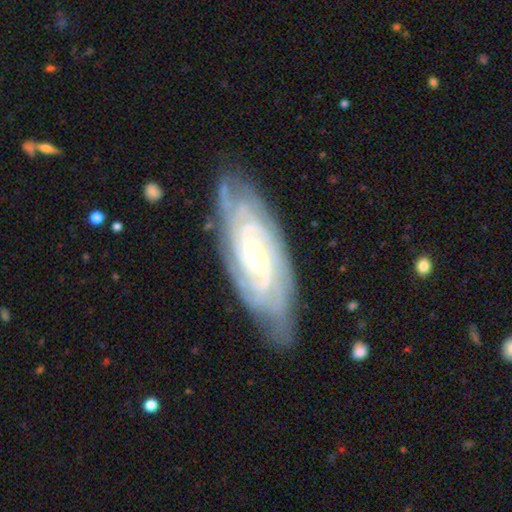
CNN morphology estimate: A featured or disk galaxy (88%) with no bar (52%), tight (75%) spiral arms (97%) and a small central bulge (64%).

Vote fractions:
- Smooth or featured? featured or disk: 88% / smooth: 7% / star or artifact: 5%
- Edge-on disk? no: 91% / yes: 9%
- Bar? no: 52% / weak: 36% / strong: 12%
- Spiral arms? yes: 97% / no: 3%
- Spiral winding? tight: 75% / medium: 21% / loose: 3%
- Spiral arm count? can't tell: 31% / 4: 21% / 3: 18% / 2: 17% / more than 4: 8% / 1: 5%
- Bulge size? small: 64% / moderate: 33% / large: 2% / none: 1% / dominant: 1%
- Merging? none: 77% / minor disturbance: 18% / major disturbance: 4% / merger: 1%